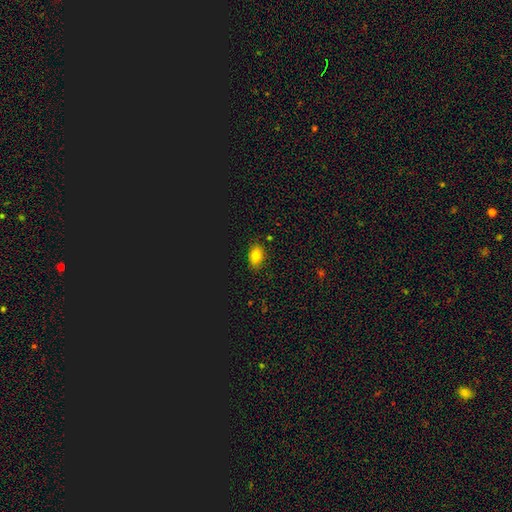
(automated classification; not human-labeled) smooth_or_featured: smooth (p=0.74) [alt: star or artifact p=0.19]
how_rounded: in between (p=0.85) [alt: round p=0.13]
merging: none (p=0.83) [alt: minor disturbance p=0.12]